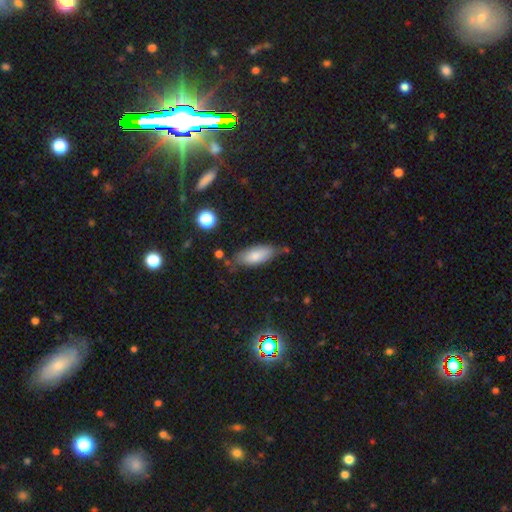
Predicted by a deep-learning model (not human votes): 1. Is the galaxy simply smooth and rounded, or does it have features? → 78% smooth, 15% featured or disk, 7% star or artifact.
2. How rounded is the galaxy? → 77% in between, 20% cigar-shaped, 2% round.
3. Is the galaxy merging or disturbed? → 62% none, 27% minor disturbance, 7% major disturbance, 5% merger.